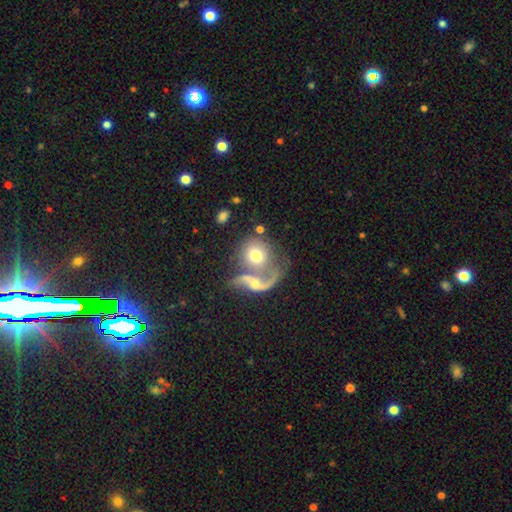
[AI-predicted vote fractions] smooth_or_featured: smooth (p=0.50) [alt: featured or disk p=0.41]
how_rounded: round (p=0.74) [alt: in between p=0.24]
merging: merger (p=0.52) [alt: none p=0.28]